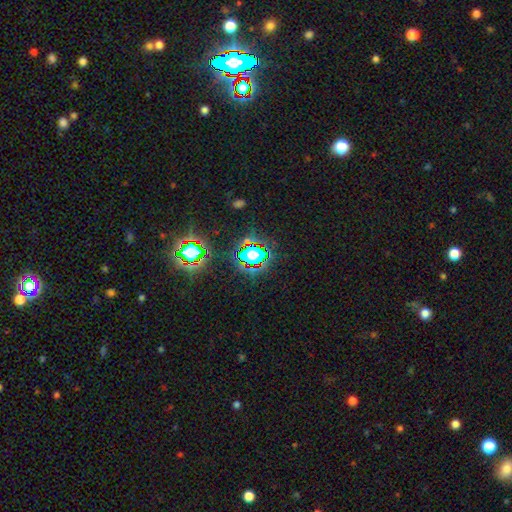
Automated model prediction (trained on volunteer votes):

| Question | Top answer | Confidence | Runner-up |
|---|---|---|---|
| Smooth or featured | star or artifact | 81% | smooth (12%) |